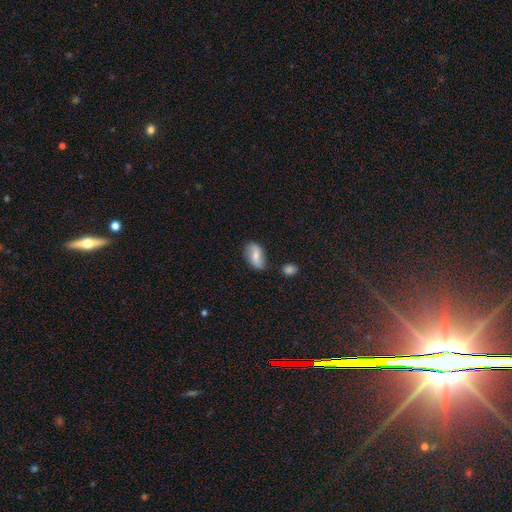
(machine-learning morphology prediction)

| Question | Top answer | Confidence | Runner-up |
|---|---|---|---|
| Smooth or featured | smooth | 58% | featured or disk (34%) |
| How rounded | in between | 90% | round (7%) |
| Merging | none | 68% | minor disturbance (23%) |